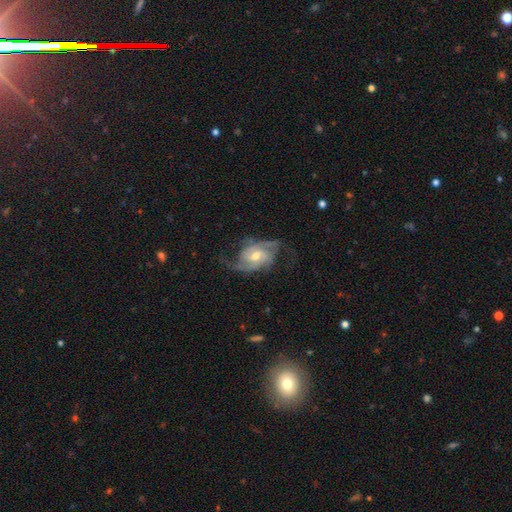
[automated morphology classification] Q: Smooth or featured?
A: featured or disk (86%); runner-up: smooth (9%)
Q: Edge-on disk?
A: no (97%); runner-up: yes (3%)
Q: Bar?
A: no (45%); runner-up: weak (44%)
Q: Spiral arms?
A: yes (96%); runner-up: no (4%)
Q: Spiral winding?
A: medium (48%); runner-up: tight (27%)
Q: Spiral arm count?
A: 2 (66%); runner-up: 3 (15%)
Q: Bulge size?
A: moderate (67%); runner-up: small (26%)
Q: Merging?
A: none (62%); runner-up: minor disturbance (21%)